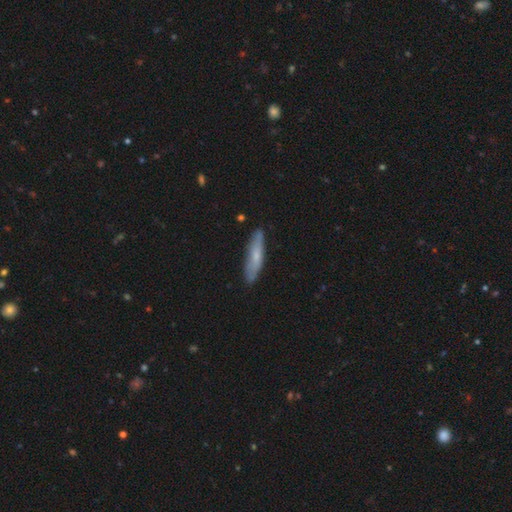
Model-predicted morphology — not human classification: A smooth galaxy with no disk features (59%) that is cigar-shaped (82%).

Vote fractions:
- Smooth or featured? smooth: 59% / featured or disk: 35% / star or artifact: 6%
- How rounded? cigar-shaped: 82% / in between: 17% / round: 2%
- Merging? none: 83% / minor disturbance: 13% / major disturbance: 2% / merger: 1%